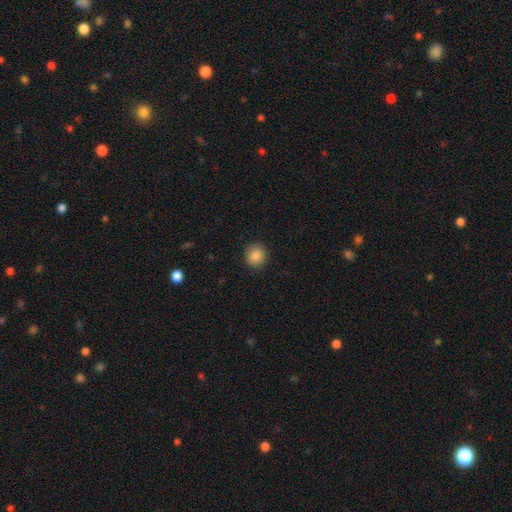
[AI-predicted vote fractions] Smooth or featured? smooth (87%)
How rounded? round (86%)
Merging? none (91%)